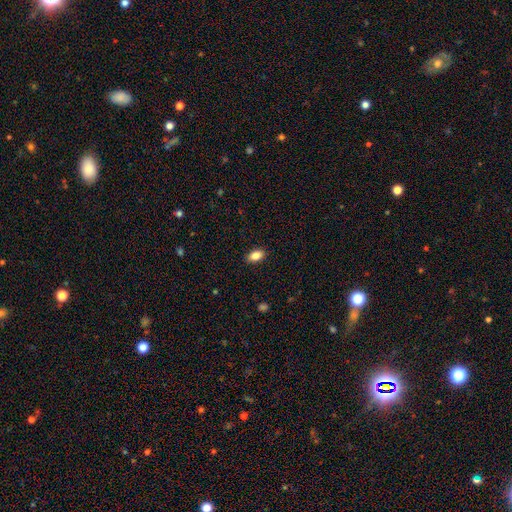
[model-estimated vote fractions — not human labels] A smooth galaxy with no disk features (86%) that is in between round and cigar-shaped (90%).

Vote fractions:
- Smooth or featured? smooth: 86% / star or artifact: 8% / featured or disk: 6%
- How rounded? in between: 90% / round: 7% / cigar-shaped: 3%
- Merging? none: 89% / minor disturbance: 8% / major disturbance: 2% / merger: 1%